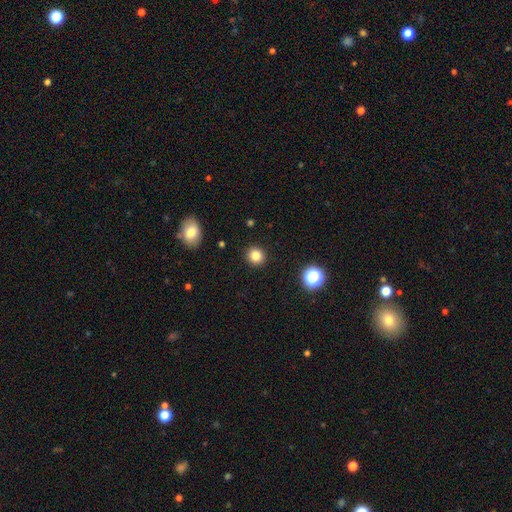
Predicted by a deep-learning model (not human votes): A smooth galaxy with no disk features (83%) that is round (89%). Merging: none (92%).